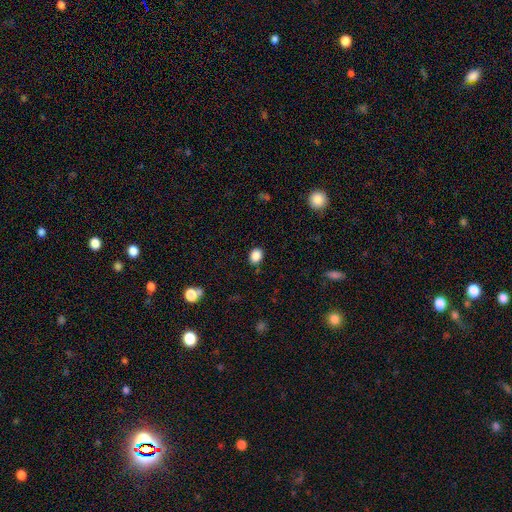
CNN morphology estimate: Smooth or featured?
  - smooth: 87% *
  - star or artifact: 10%
  - featured or disk: 3%
How rounded?
  - in between: 57% *
  - round: 42%
  - cigar-shaped: 1%
Merging?
  - none: 85% *
  - minor disturbance: 11%
  - major disturbance: 3%
  - merger: 2%